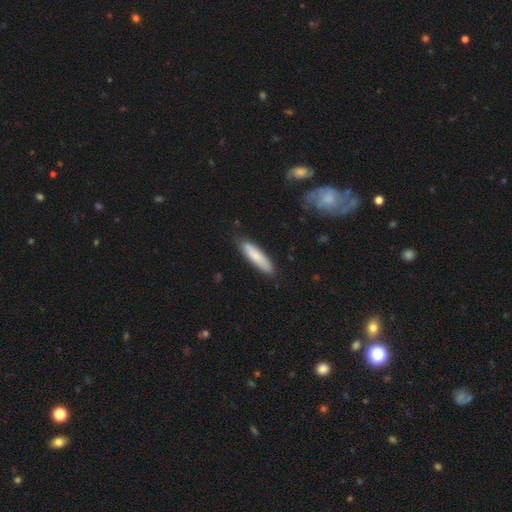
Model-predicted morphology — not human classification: The model was most divided on "how rounded": cigar-shaped: 76%, in between: 23%, round: 1%. More confident: merging — none (83%); smooth or featured — smooth (78%).